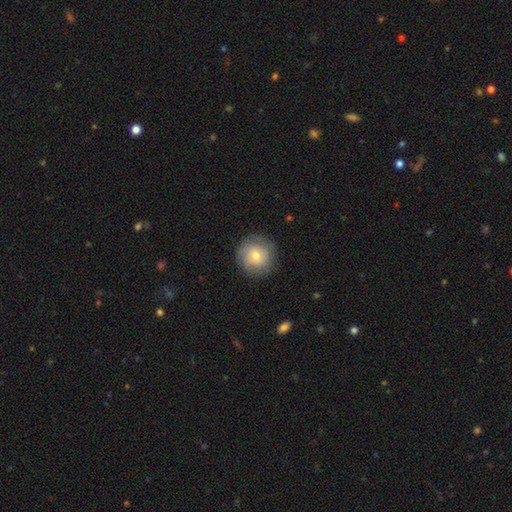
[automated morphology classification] Smooth or featured? Predicted: smooth (p=0.70). How rounded? Predicted: round (p=0.94). Merging? Predicted: none (p=0.84).